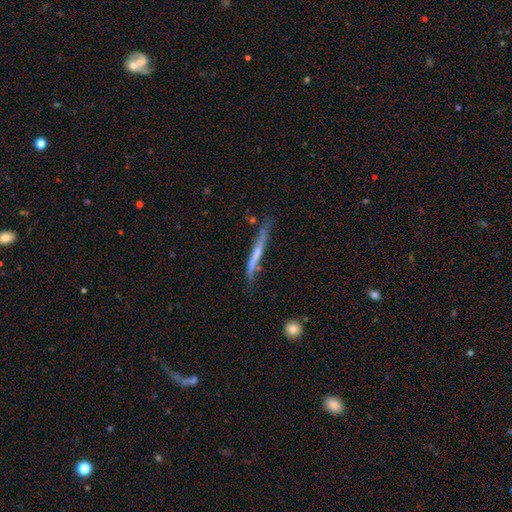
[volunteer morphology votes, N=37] type=featured or disk (62%); edge-on=yes (91%); edge-on bulge=none (90%); merging=none (67%).